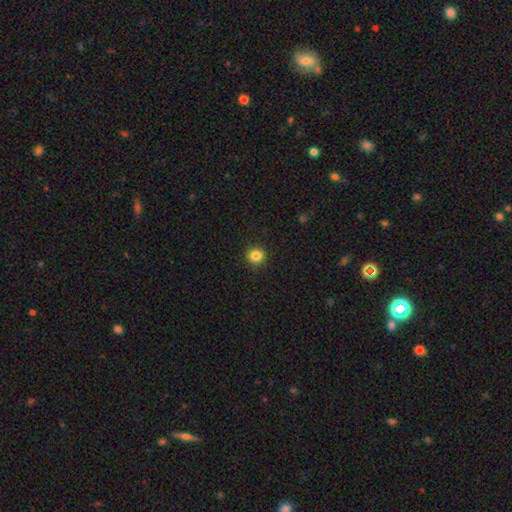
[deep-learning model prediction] Smooth or featured? smooth (84%)
How rounded? round (93%)
Merging? none (92%)